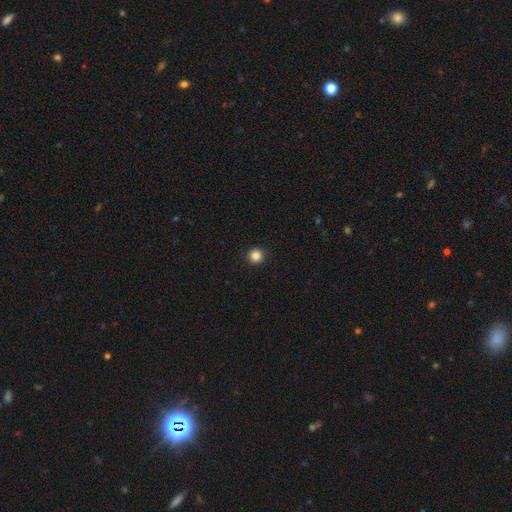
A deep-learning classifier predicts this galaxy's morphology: Q: Smooth or featured?
A: smooth (84%); runner-up: star or artifact (12%)
Q: How rounded?
A: round (96%); runner-up: in between (3%)
Q: Merging?
A: none (94%); runner-up: minor disturbance (4%)